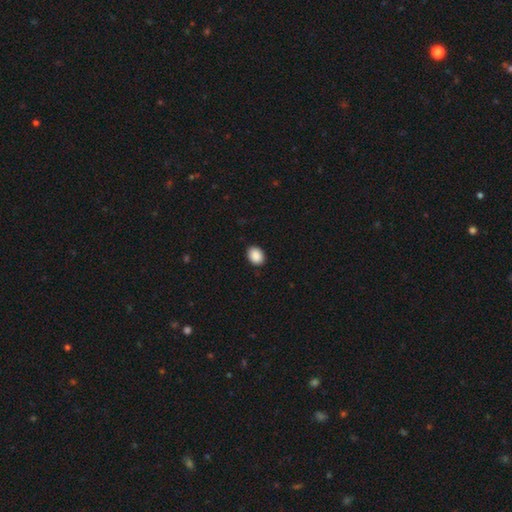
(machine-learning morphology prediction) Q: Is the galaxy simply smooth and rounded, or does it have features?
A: smooth — 90%.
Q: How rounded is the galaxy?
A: in between — 72%.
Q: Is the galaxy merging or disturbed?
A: none — 90%.